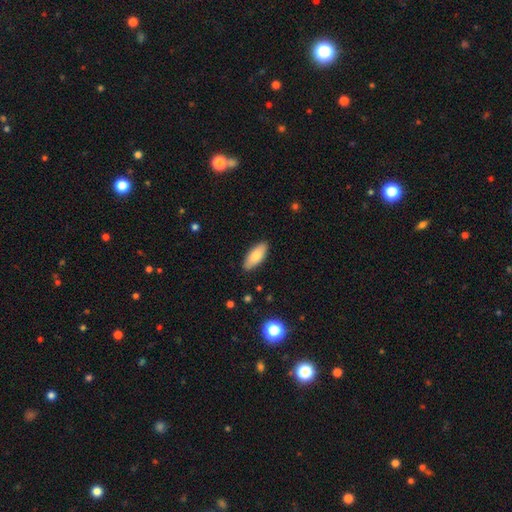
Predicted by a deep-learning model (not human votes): This appears to be a smooth galaxy with no disk features (79%) that is in between round and cigar-shaped (82%). Merging: none (88%).